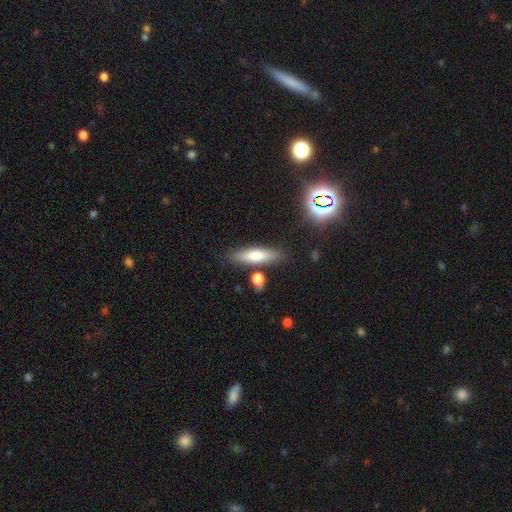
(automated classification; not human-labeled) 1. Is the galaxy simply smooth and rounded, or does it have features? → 67% smooth, 24% featured or disk, 9% star or artifact.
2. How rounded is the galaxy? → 61% cigar-shaped, 36% in between, 3% round.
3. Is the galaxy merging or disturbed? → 81% none, 11% minor disturbance, 6% merger, 3% major disturbance.